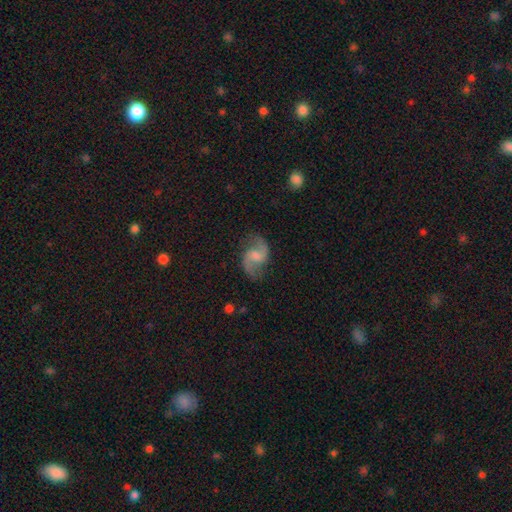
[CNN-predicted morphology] Smooth or featured?
  - featured or disk: 84% *
  - smooth: 10%
  - star or artifact: 6%
Edge-on disk?
  - no: 98% *
  - yes: 2%
Bar?
  - weak: 52% *
  - no: 37%
  - strong: 11%
Spiral arms?
  - yes: 96% *
  - no: 4%
Spiral winding?
  - loose: 55% *
  - medium: 38%
  - tight: 7%
Spiral arm count?
  - 2: 93% *
  - can't tell: 2%
  - 1: 2%
  - 3: 1%
  - 4: 1%
  - more than 4: 1%
Bulge size?
  - moderate: 37% *
  - small: 30%
  - none: 23%
  - large: 8%
  - dominant: 1%
Merging?
  - none: 77% *
  - minor disturbance: 16%
  - major disturbance: 7%
  - merger: 1%